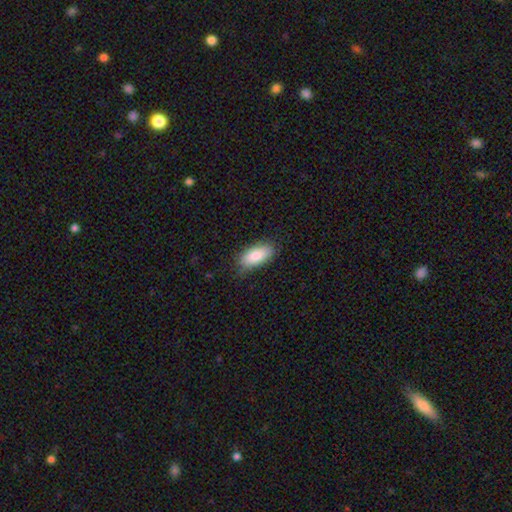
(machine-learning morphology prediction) Smooth or featured: smooth — 85% (featured or disk — 9%)
How rounded: in between — 87% (cigar-shaped — 10%)
Merging: none — 80% (minor disturbance — 16%)